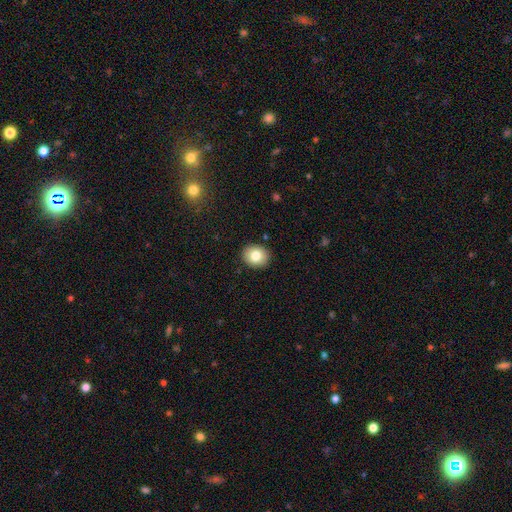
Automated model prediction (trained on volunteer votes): A smooth galaxy with no disk features (80%) that is round (64%). Merging: none (90%).